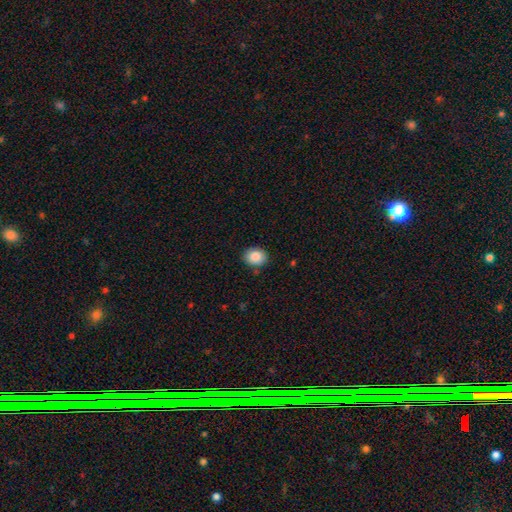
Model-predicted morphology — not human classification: type=smooth (87%); roundness=round (54%); merging=none (86%).